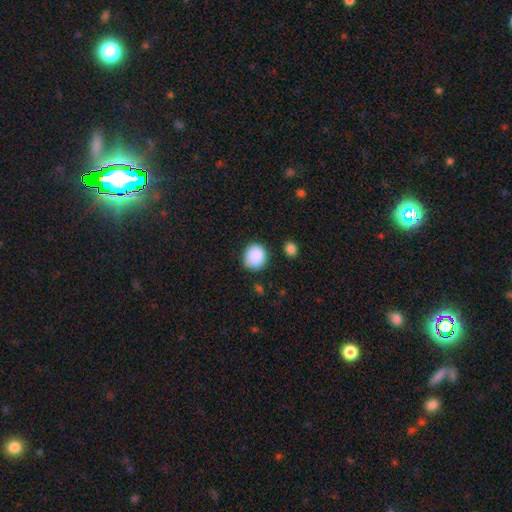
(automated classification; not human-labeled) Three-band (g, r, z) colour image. It shows a smooth galaxy with no disk features (86%) that is round (74%). Merging: none (69%).